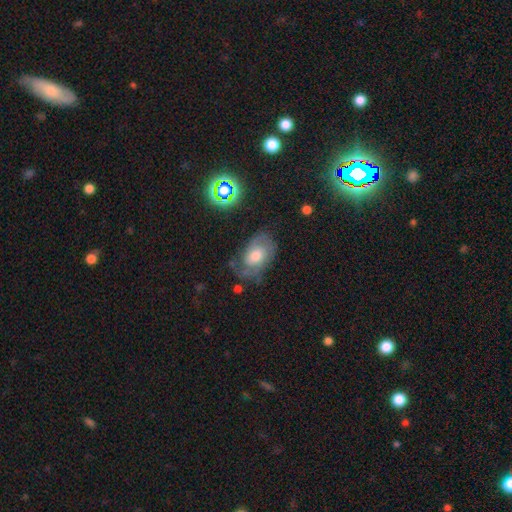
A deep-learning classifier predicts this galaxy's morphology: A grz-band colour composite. It shows a featured or disk galaxy (63%) with no bar (72%), 2 (53%) tight (43%) spiral arms (85%) and a moderate central bulge (55%). Merging: none (57%).